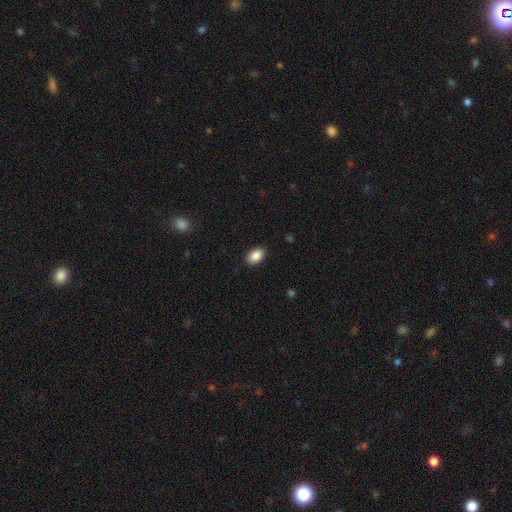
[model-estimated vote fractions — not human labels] Overall: smooth (89%). How rounded: in between (88%). Merging: none (88%).